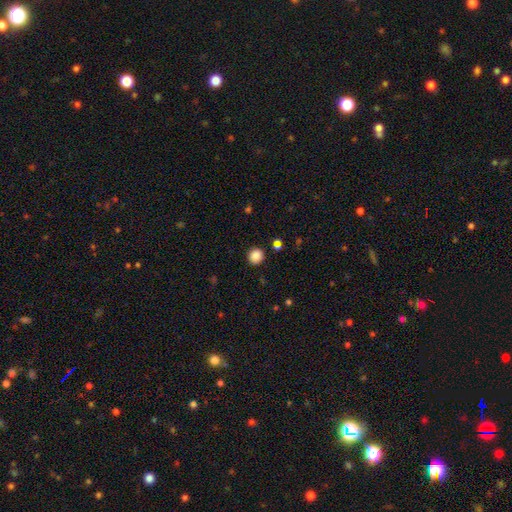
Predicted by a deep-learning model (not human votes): This appears to be a smooth galaxy with no disk features (87%) that is round (89%). Merging: none (87%).